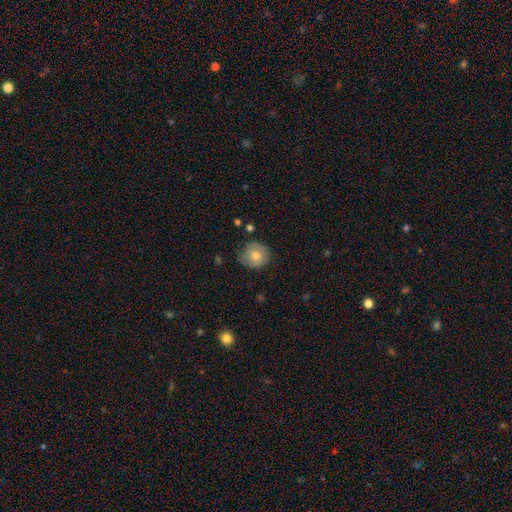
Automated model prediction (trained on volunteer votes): Smooth or featured? Predicted: smooth (p=0.70). How rounded? Predicted: round (p=0.86). Merging? Predicted: none (p=0.72).